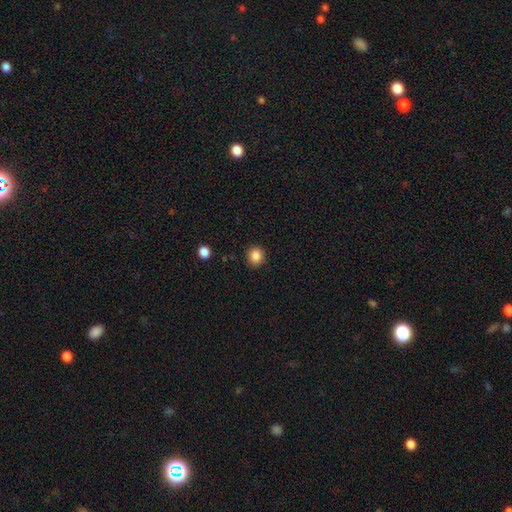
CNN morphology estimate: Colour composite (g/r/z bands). It shows a smooth galaxy with no disk features (86%) that is round (87%). Merging: none (90%).